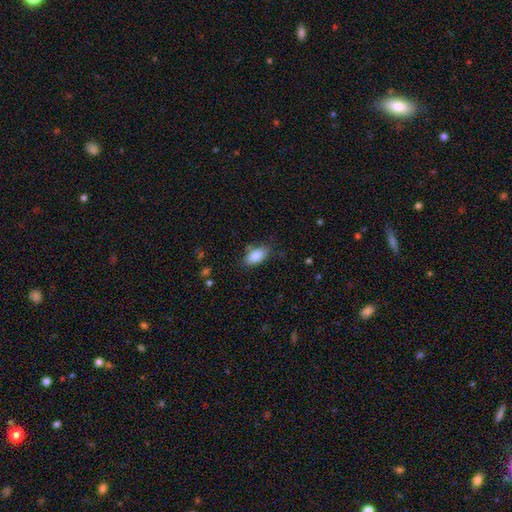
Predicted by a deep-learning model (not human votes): The model was most divided on "merging": none: 77%, minor disturbance: 16%, major disturbance: 4%, merger: 3%. More confident: how rounded — in between (92%); smooth or featured — smooth (86%).